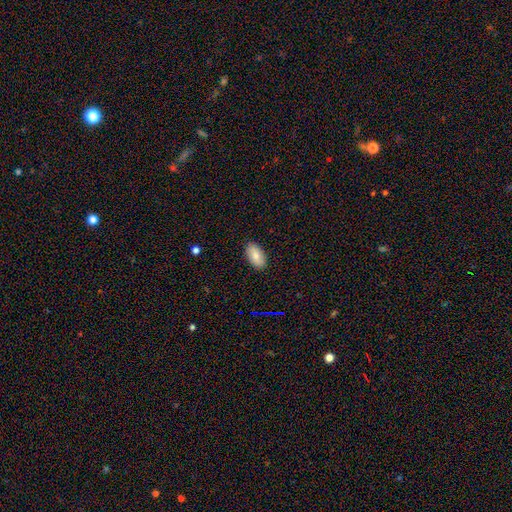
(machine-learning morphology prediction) Smooth or featured?
  - smooth: 79% *
  - featured or disk: 14%
  - star or artifact: 7%
How rounded?
  - in between: 94% *
  - round: 4%
  - cigar-shaped: 2%
Merging?
  - none: 88% *
  - minor disturbance: 9%
  - major disturbance: 2%
  - merger: 1%